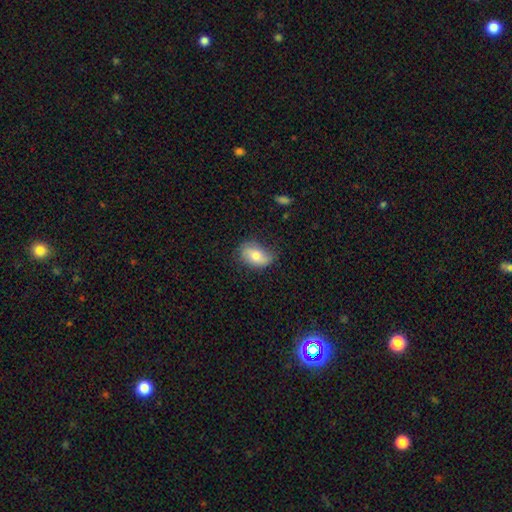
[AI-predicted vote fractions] Morphology: type=smooth (65%); roundness=in between (86%); merging=none (68%).